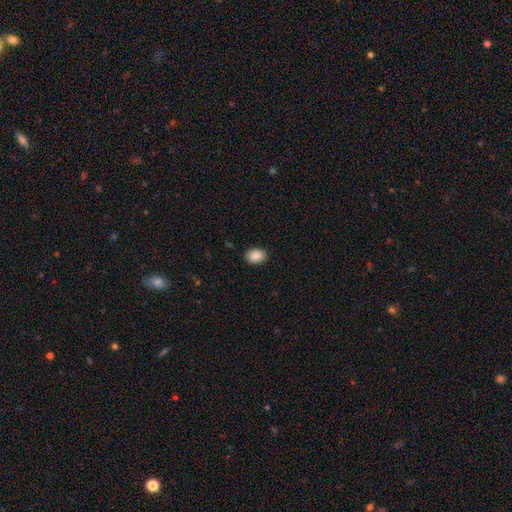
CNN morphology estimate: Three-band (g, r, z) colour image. It shows a smooth galaxy with no disk features (89%) that is in between round and cigar-shaped (72%). Merging: none (89%).